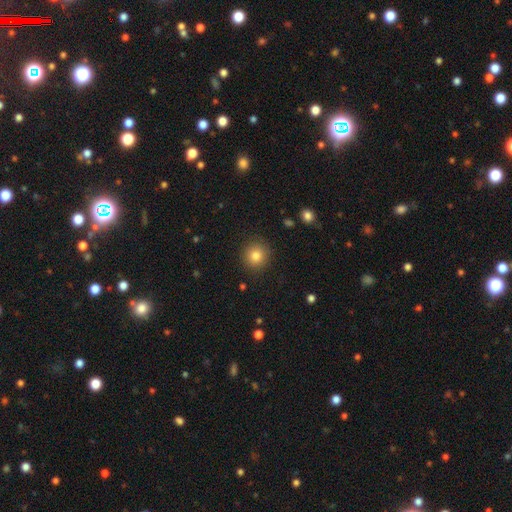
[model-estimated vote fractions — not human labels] A smooth galaxy with no disk features (82%) that is round (92%).

Vote fractions:
- Smooth or featured? smooth: 82% / star or artifact: 11% / featured or disk: 7%
- How rounded? round: 92% / in between: 7% / cigar-shaped: 1%
- Merging? none: 90% / minor disturbance: 7% / major disturbance: 2% / merger: 1%